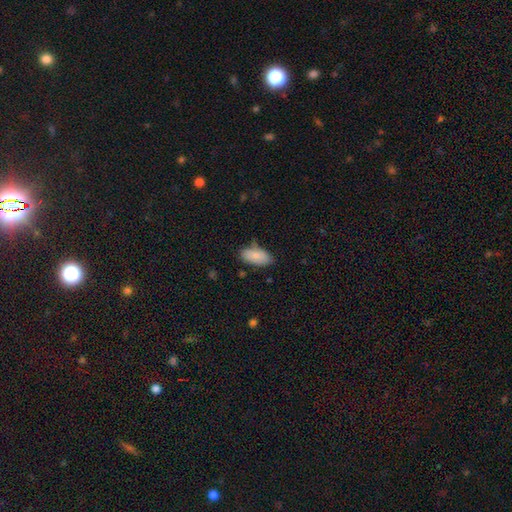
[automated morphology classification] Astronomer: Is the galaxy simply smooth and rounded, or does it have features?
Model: smooth — 82%.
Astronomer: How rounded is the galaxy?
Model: in between — 94%.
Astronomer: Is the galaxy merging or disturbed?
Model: none — 72%.